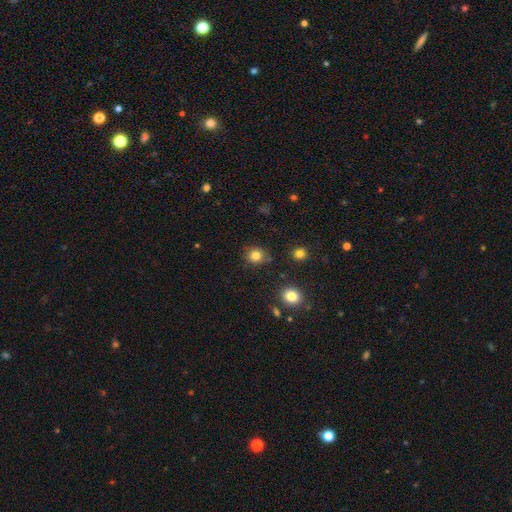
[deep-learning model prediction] Morphology: type=smooth (83%); roundness=round (83%); merging=none (84%).